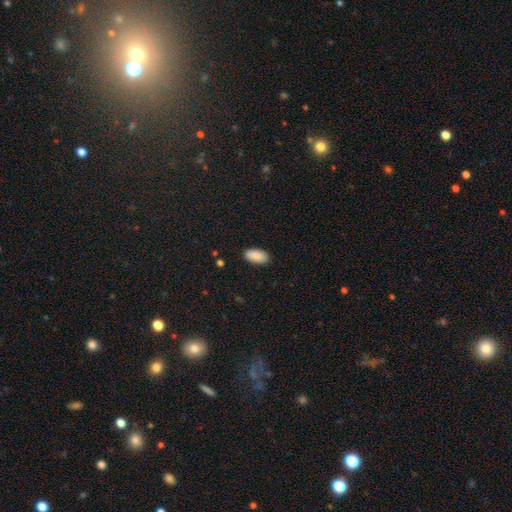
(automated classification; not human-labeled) A smooth galaxy with no disk features (89%) that is in between round and cigar-shaped (95%). Merging: none (88%).